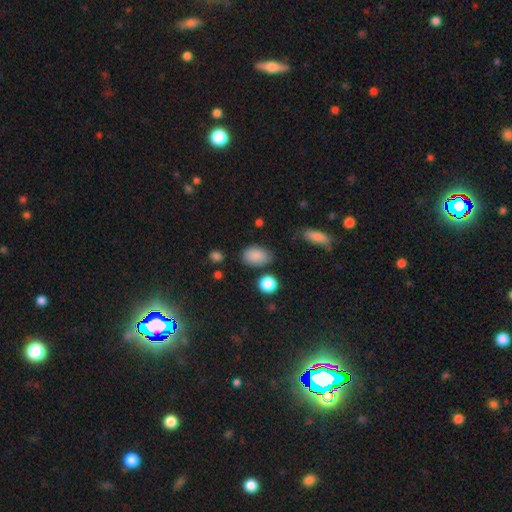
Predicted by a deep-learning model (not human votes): Smooth or featured: smooth — 87% (star or artifact — 9%)
How rounded: in between — 85% (round — 13%)
Merging: none — 77% (minor disturbance — 16%)